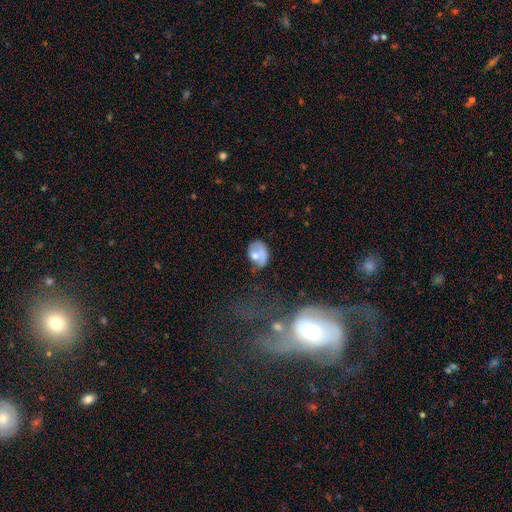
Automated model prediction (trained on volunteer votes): This is possibly a smooth galaxy (58%). How rounded: likely in between (70%). Merging: marginally none (36%).